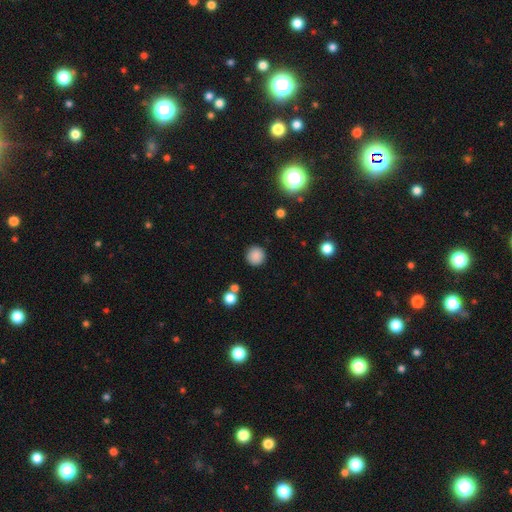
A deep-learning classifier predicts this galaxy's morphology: The model was most divided on "smooth or featured": smooth: 86%, star or artifact: 10%, featured or disk: 4%. More confident: how rounded — round (95%); merging — none (89%).